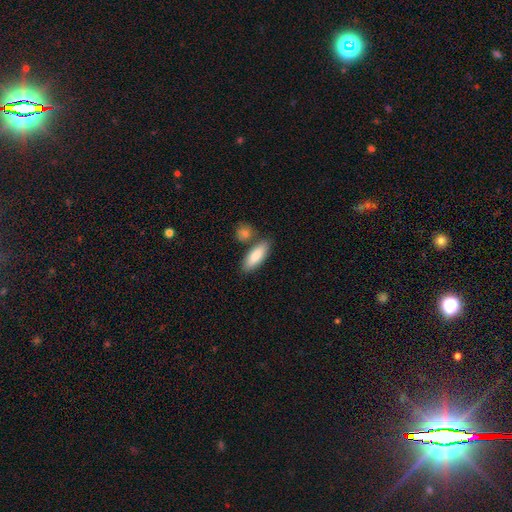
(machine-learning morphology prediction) Q: Smooth or featured?
A: smooth (86%); runner-up: featured or disk (9%)
Q: How rounded?
A: in between (69%); runner-up: cigar-shaped (29%)
Q: Merging?
A: none (69%); runner-up: merger (16%)